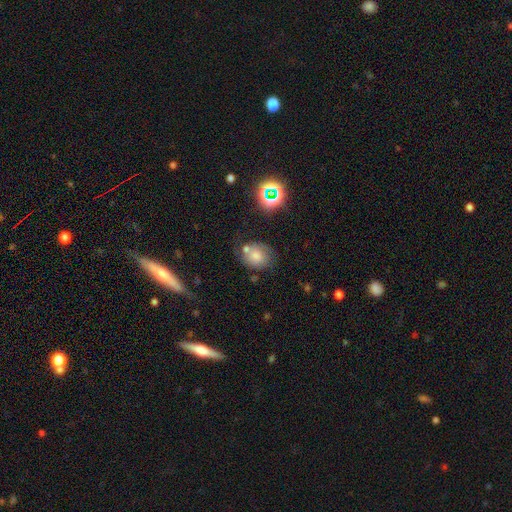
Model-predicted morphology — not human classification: smooth 68%, featured or disk 17%, star or artifact 16%. Down the decision tree: how rounded — round (61%); merging — none (55%).